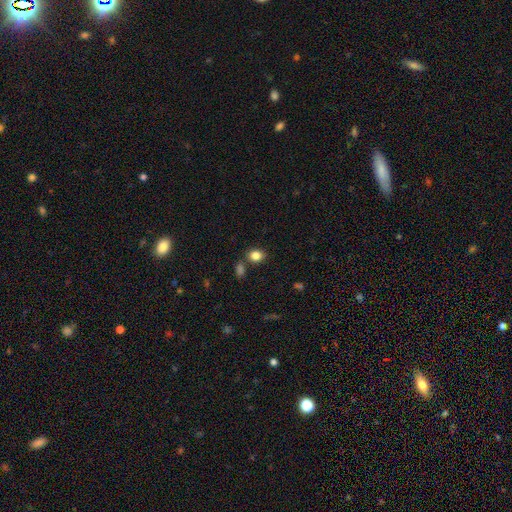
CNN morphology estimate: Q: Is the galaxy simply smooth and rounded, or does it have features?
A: smooth — 84%.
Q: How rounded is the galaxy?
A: in between — 51%.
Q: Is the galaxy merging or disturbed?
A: none — 74%.